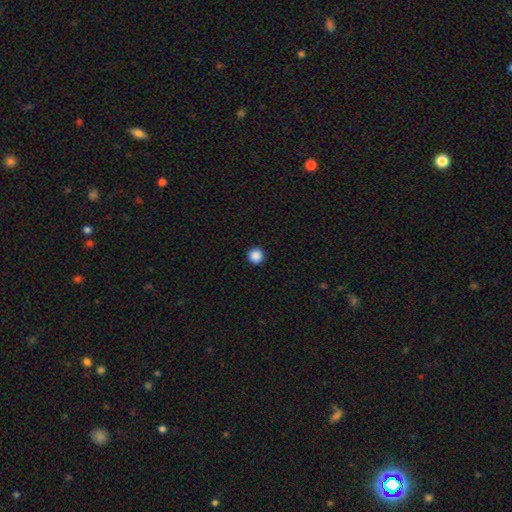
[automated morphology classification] Smooth or featured? Predicted: smooth (p=0.88). How rounded? Predicted: round (p=0.96). Merging? Predicted: none (p=0.94).